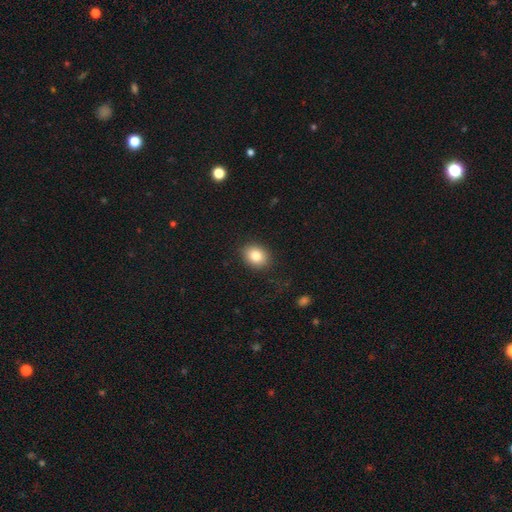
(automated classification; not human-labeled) A smooth galaxy with no disk features (83%) that is round (53%). Merging: none (87%).